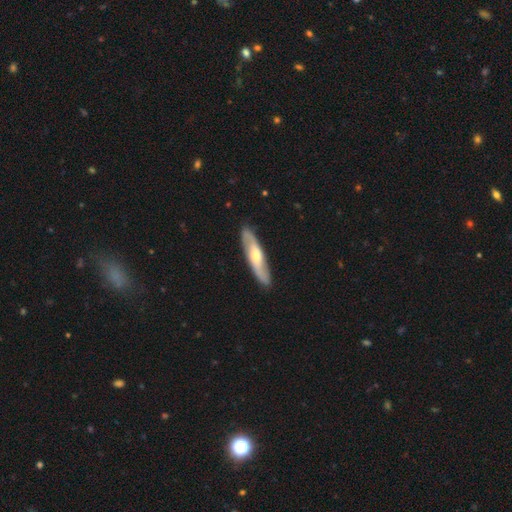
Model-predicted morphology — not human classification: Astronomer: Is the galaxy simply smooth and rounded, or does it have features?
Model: featured or disk — 63%.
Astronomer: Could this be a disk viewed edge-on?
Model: no — 60% (runner-up: yes, 40%).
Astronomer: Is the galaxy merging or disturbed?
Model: none — 89%.